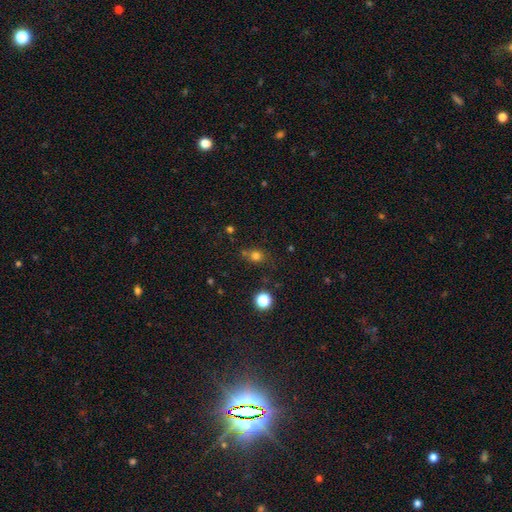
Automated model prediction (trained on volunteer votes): A smooth galaxy with no disk features (76%) that is round (70%). Merging: none (67%).